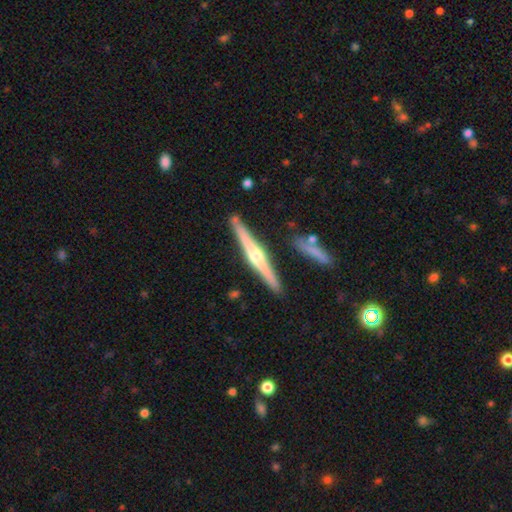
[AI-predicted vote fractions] Q: Smooth or featured?
A: featured or disk (74%); runner-up: smooth (20%)
Q: Edge-on disk?
A: yes (98%); runner-up: no (2%)
Q: Edge-on bulge?
A: rounded (90%); runner-up: none (6%)
Q: Merging?
A: none (88%); runner-up: minor disturbance (8%)